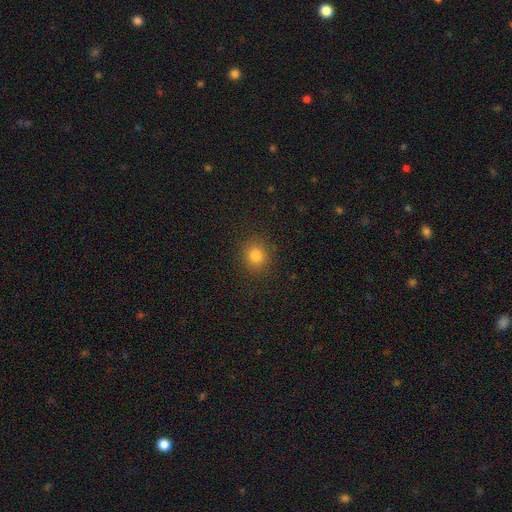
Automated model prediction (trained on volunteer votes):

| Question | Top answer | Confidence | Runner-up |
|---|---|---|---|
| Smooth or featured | smooth | 81% | star or artifact (13%) |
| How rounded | round | 86% | in between (13%) |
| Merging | none | 89% | minor disturbance (7%) |